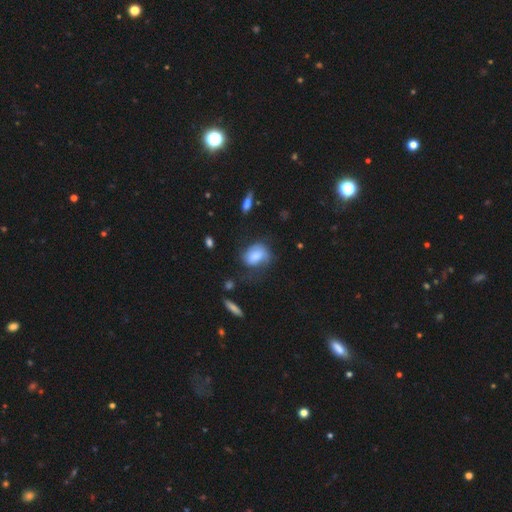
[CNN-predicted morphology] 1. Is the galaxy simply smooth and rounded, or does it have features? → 64% smooth, 28% featured or disk, 8% star or artifact.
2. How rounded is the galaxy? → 72% in between, 26% round, 2% cigar-shaped.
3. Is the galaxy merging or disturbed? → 47% none, 28% minor disturbance, 22% major disturbance, 3% merger.